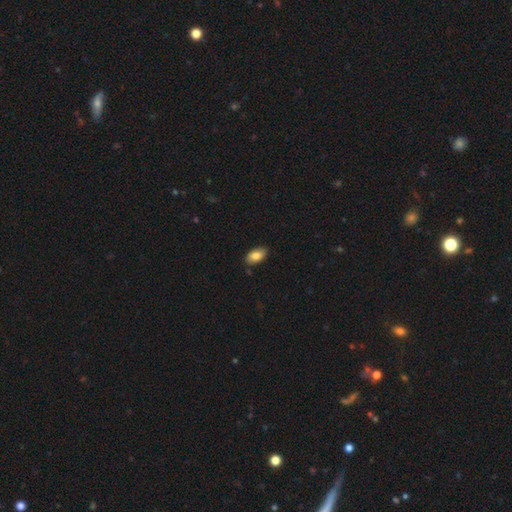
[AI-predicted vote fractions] The model was most divided on "merging": none: 81%, minor disturbance: 15%, major disturbance: 2%, merger: 1%. More confident: how rounded — in between (93%); smooth or featured — smooth (84%).